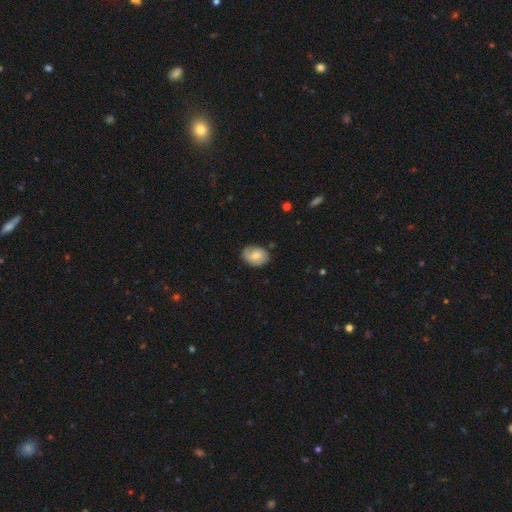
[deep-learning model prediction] Morphology: type=smooth (48%); merging=none (77%).